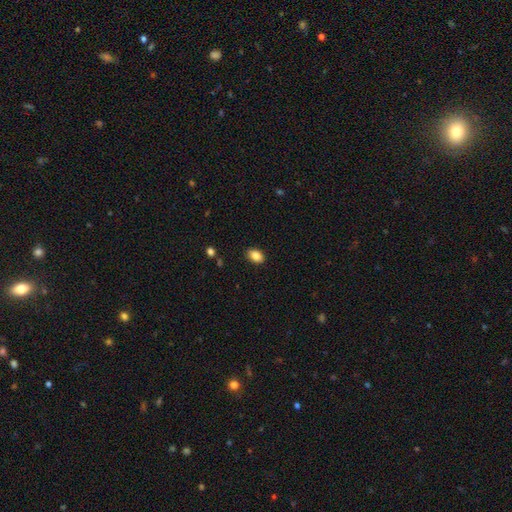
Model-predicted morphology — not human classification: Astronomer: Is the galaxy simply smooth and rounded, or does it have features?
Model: smooth — 87%.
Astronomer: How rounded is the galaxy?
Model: in between — 87%.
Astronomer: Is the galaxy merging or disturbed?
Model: none — 88%.